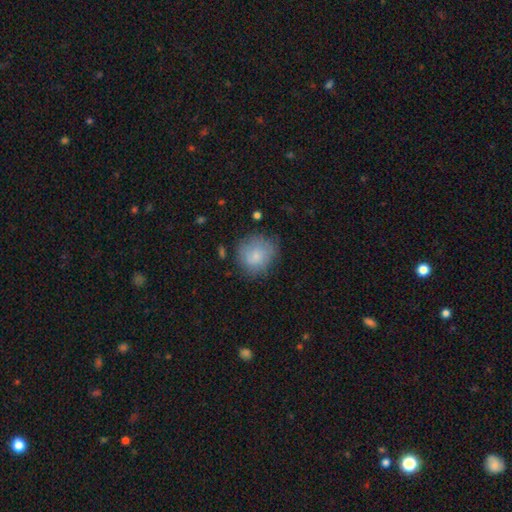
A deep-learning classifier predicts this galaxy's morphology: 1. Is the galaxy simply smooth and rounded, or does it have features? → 75% smooth, 17% featured or disk, 8% star or artifact.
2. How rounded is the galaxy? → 80% round, 19% in between, 1% cigar-shaped.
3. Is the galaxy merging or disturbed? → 64% none, 24% minor disturbance, 9% major disturbance, 3% merger.